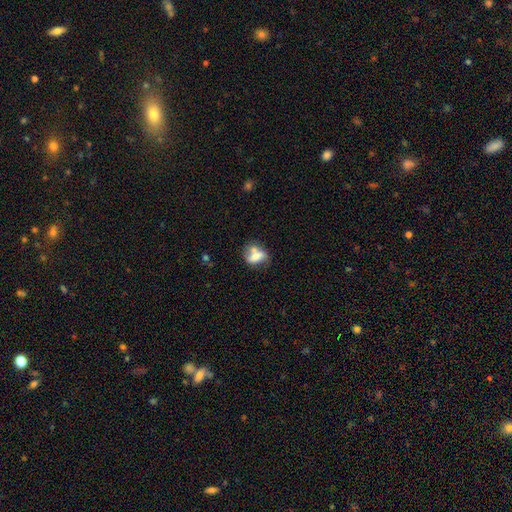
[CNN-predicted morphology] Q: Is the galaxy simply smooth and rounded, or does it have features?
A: smooth — 61%.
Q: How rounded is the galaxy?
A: in between — 64%.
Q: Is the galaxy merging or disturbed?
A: none — 37%.